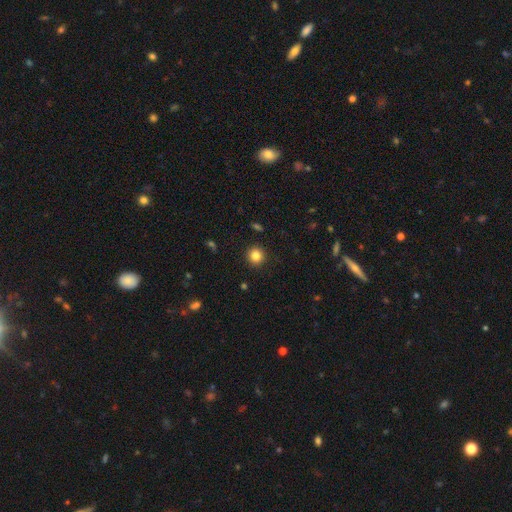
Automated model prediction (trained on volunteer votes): A smooth galaxy with no disk features (84%) that is round (93%).

Vote fractions:
- Smooth or featured? smooth: 84% / star or artifact: 11% / featured or disk: 5%
- How rounded? round: 93% / in between: 6% / cigar-shaped: 1%
- Merging? none: 92% / minor disturbance: 5% / major disturbance: 2% / merger: 1%